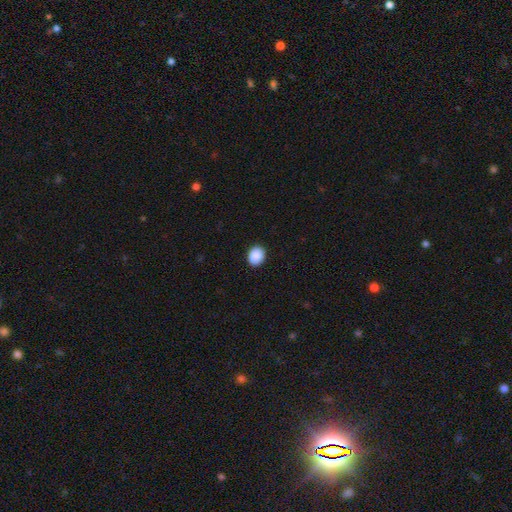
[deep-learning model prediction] This appears to be a smooth galaxy with no disk features (90%) that is round (54%). Merging: none (90%).